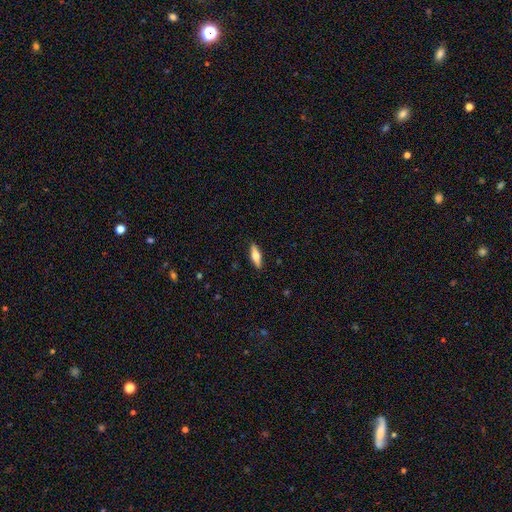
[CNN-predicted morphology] Smooth or featured: smooth — 61% (featured or disk — 33%)
How rounded: cigar-shaped — 50% (in between — 48%)
Merging: none — 89% (minor disturbance — 8%)